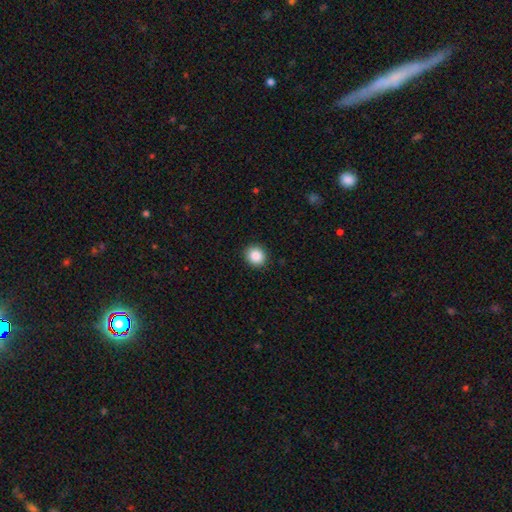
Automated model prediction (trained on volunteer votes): Smooth or featured? smooth (88%)
How rounded? round (84%)
Merging? none (91%)